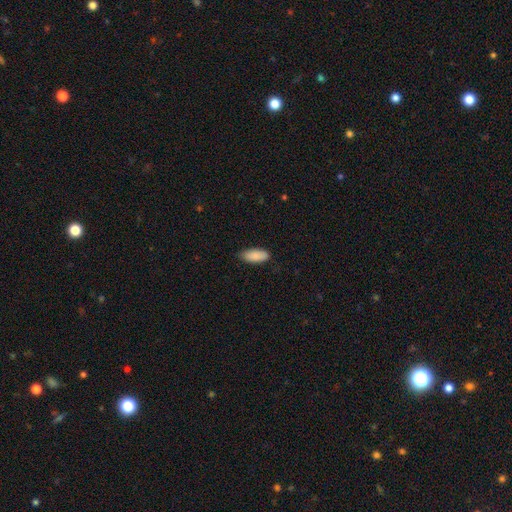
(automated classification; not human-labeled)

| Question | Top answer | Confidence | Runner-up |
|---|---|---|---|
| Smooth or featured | smooth | 89% | star or artifact (6%) |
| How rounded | in between | 85% | cigar-shaped (13%) |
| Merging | none | 81% | minor disturbance (15%) |